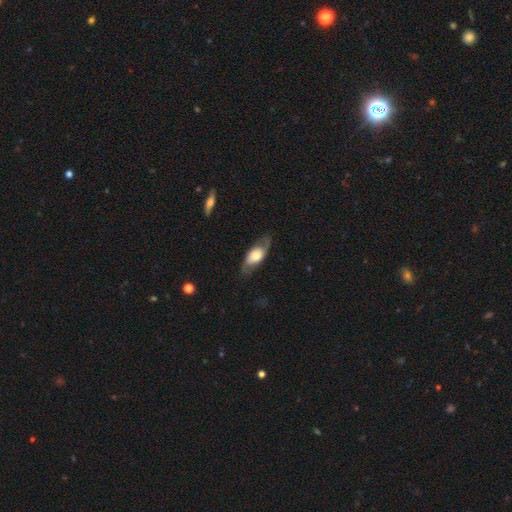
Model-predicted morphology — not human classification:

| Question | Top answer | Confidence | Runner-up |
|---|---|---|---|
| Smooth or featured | featured or disk | 51% | smooth (43%) |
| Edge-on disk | no | 77% | yes (23%) |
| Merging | none | 68% | minor disturbance (20%) |